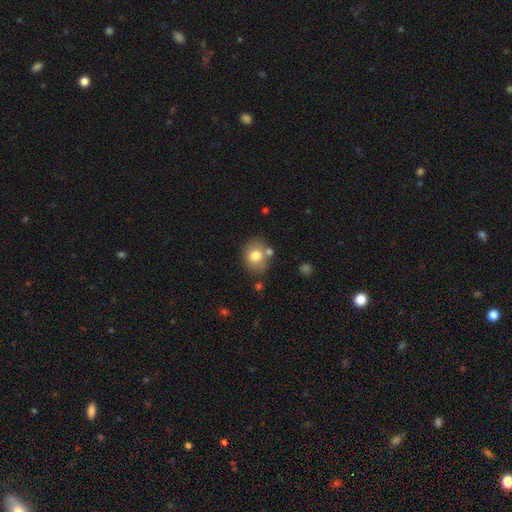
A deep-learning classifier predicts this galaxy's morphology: A smooth galaxy with no disk features (76%) that is round (62%).

Vote fractions:
- Smooth or featured? smooth: 76% / featured or disk: 14% / star or artifact: 10%
- How rounded? round: 62% / in between: 37% / cigar-shaped: 1%
- Merging? none: 69% / minor disturbance: 15% / merger: 12% / major disturbance: 4%